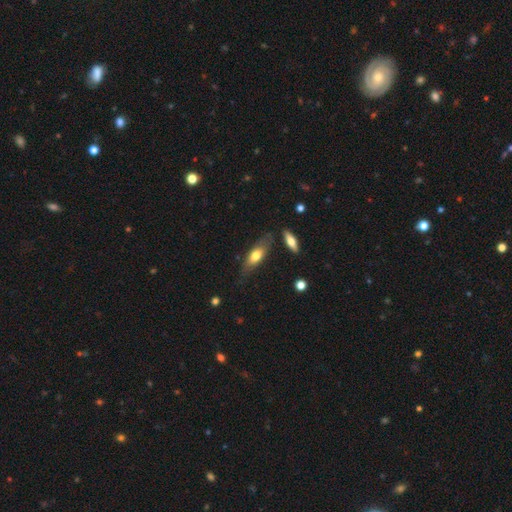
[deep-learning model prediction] The model was most divided on "how rounded": in between: 60%, cigar-shaped: 37%, round: 3%. More confident: merging — none (67%); smooth or featured — smooth (61%).